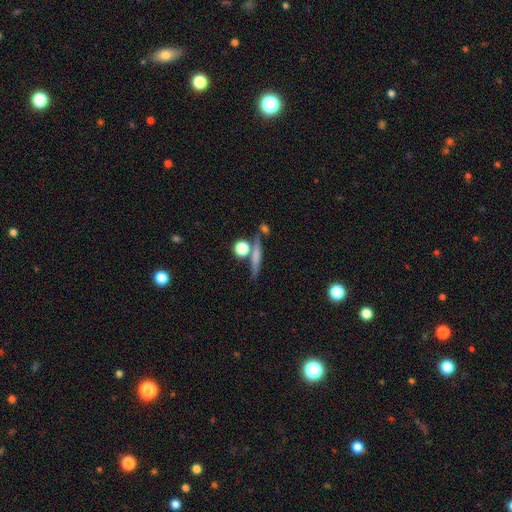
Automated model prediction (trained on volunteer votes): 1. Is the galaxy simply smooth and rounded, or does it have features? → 59% smooth, 30% featured or disk, 11% star or artifact.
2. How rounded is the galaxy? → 68% cigar-shaped, 20% round, 12% in between.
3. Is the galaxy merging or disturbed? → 70% none, 14% merger, 11% minor disturbance, 4% major disturbance.